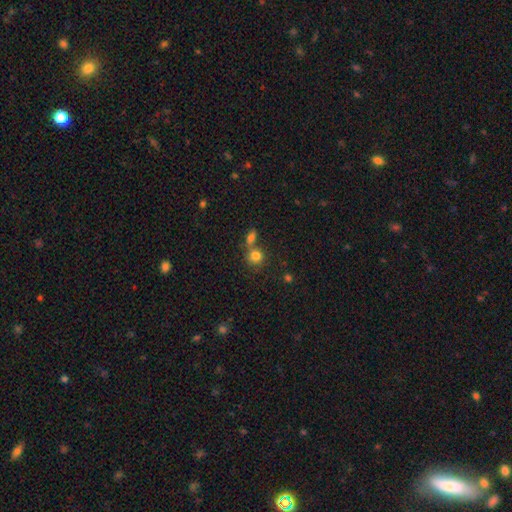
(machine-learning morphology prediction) Smooth or featured? Predicted: smooth (p=0.80). How rounded? Predicted: round (p=0.77). Merging? Predicted: none (p=0.46).